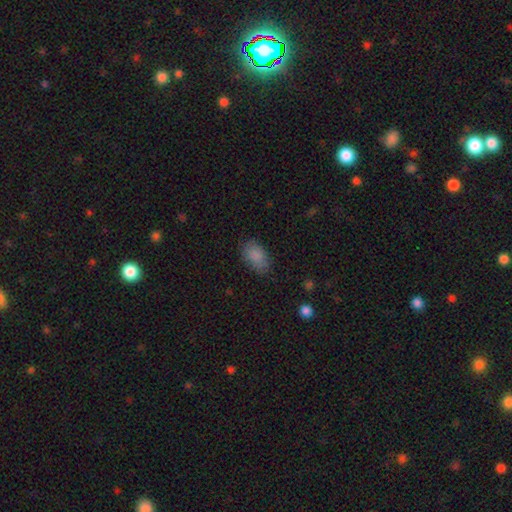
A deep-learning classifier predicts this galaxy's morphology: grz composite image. It shows a smooth galaxy with no disk features (86%) that is in between round and cigar-shaped (89%). Merging: none (78%).